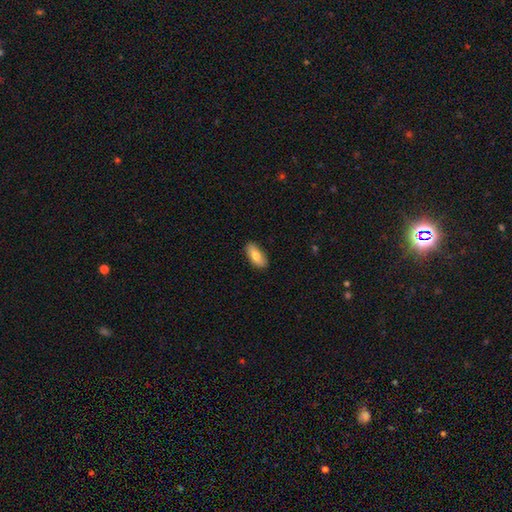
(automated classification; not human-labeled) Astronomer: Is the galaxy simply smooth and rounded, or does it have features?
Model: smooth — 81%.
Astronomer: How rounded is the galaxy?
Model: in between — 83%.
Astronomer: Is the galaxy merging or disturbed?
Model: none — 83%.